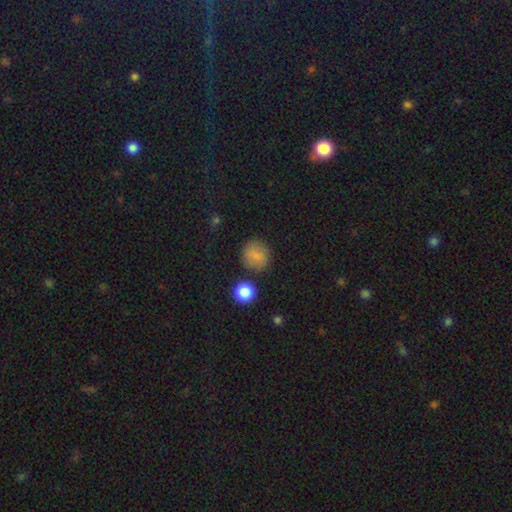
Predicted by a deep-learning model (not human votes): This appears to be a smooth galaxy with no disk features (82%) that is round (91%). Merging: none (81%).